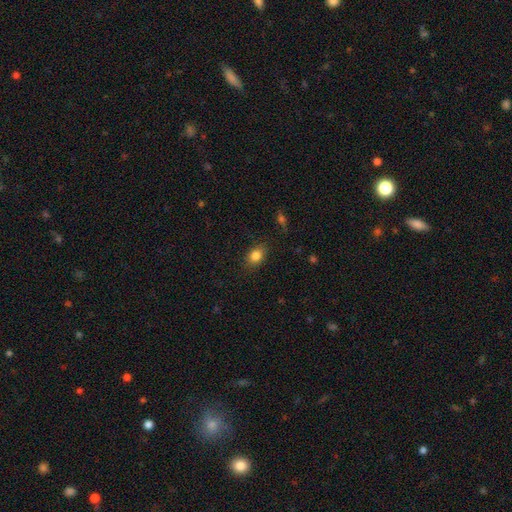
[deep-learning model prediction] A smooth galaxy with no disk features (84%) that is in between round and cigar-shaped (67%).

Vote fractions:
- Smooth or featured? smooth: 84% / star or artifact: 10% / featured or disk: 6%
- How rounded? in between: 67% / round: 31% / cigar-shaped: 2%
- Merging? none: 84% / minor disturbance: 12% / major disturbance: 3% / merger: 1%